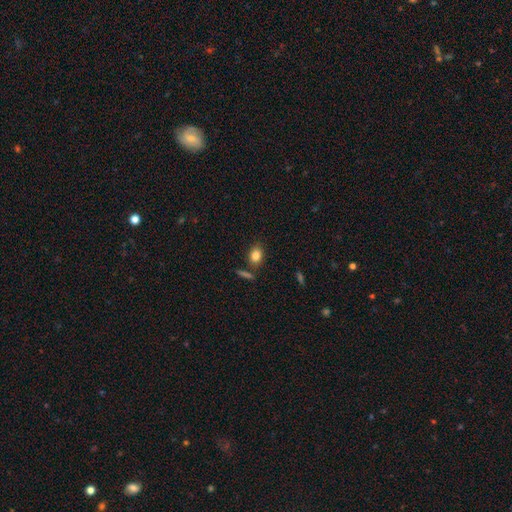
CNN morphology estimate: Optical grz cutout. It shows a smooth galaxy with no disk features (83%) that is in between round and cigar-shaped (64%). Merging: none (75%).